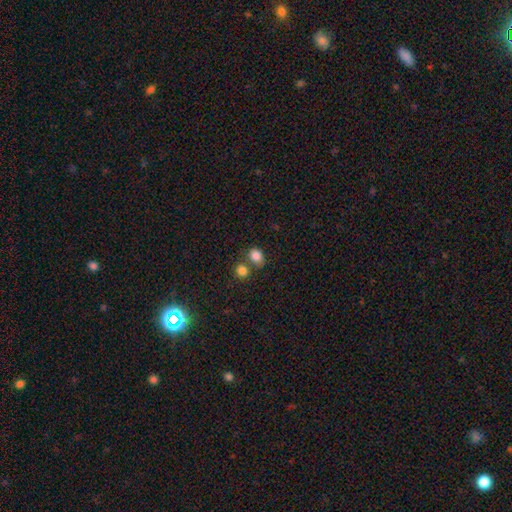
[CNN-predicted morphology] Q: Smooth or featured?
A: smooth (84%); runner-up: star or artifact (11%)
Q: How rounded?
A: round (50%); runner-up: in between (49%)
Q: Merging?
A: none (54%); runner-up: merger (30%)